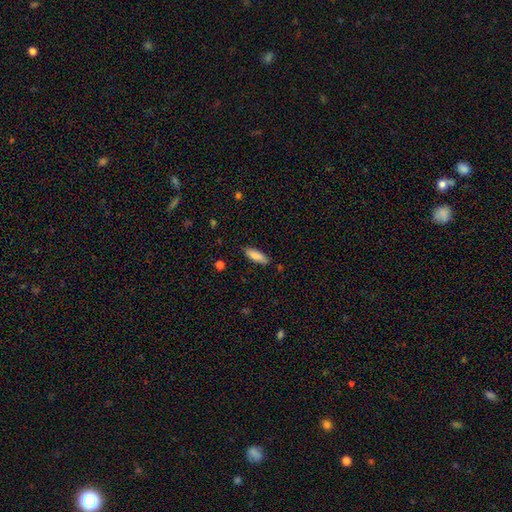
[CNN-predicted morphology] This appears to be a smooth galaxy with no disk features (86%) that is in between round and cigar-shaped (57%). Merging: none (83%).